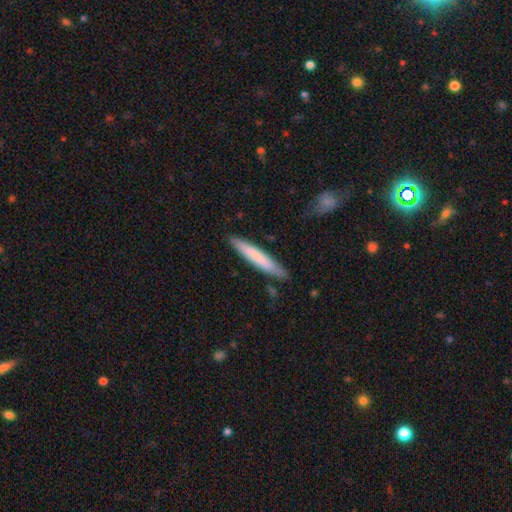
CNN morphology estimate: type=smooth (71%); roundness=cigar-shaped (95%); merging=none (85%).